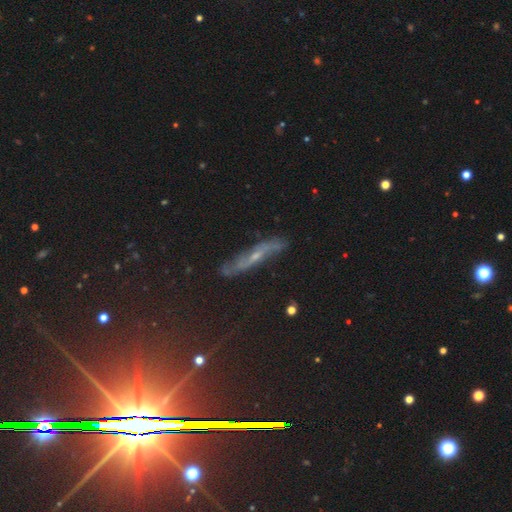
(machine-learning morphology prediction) smooth-or-featured: featured or disk: 63% | star or artifact: 19% | smooth: 18%
  disk-edge-on: no: 54% | yes: 46%
  merging: none: 76% | minor disturbance: 17% | major disturbance: 5% | merger: 3%